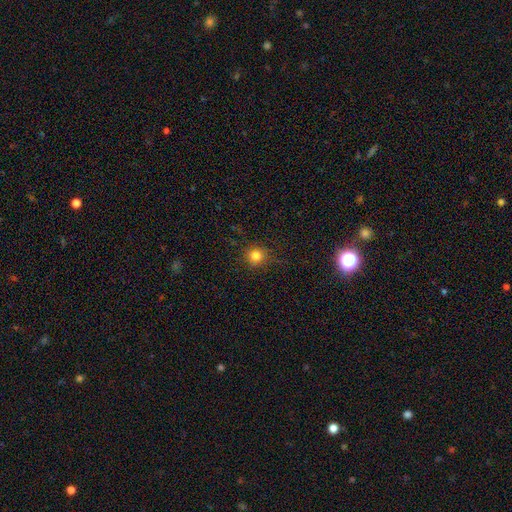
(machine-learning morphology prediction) Smooth or featured? smooth (81%)
How rounded? round (92%)
Merging? none (87%)